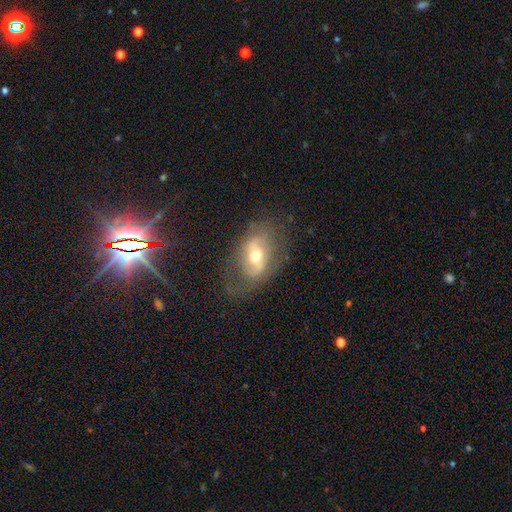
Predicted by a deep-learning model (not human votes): smooth-or-featured: featured or disk: 60% | smooth: 31% | star or artifact: 9%
  disk-edge-on: no: 91% | yes: 9%
    bar: weak: 36% | no: 32% | strong: 32%
    has-spiral-arms: yes: 54% | no: 46%
    bulge-size: moderate: 67% | small: 25% | large: 6% | dominant: 1% | none: 1%
  merging: none: 62% | minor disturbance: 21% | major disturbance: 15% | merger: 2%